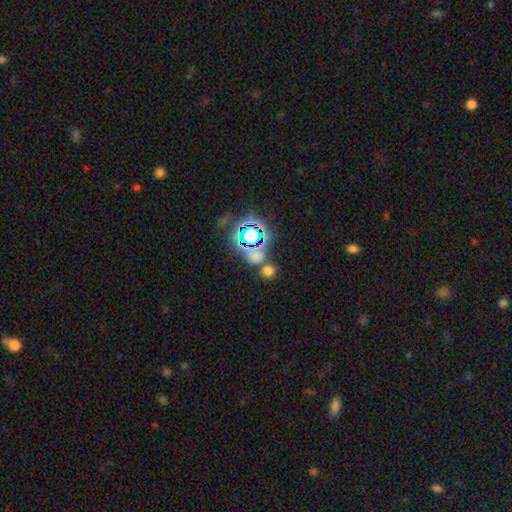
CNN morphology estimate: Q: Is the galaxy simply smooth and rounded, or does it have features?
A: smooth — 47%.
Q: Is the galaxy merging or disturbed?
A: none — 61%.